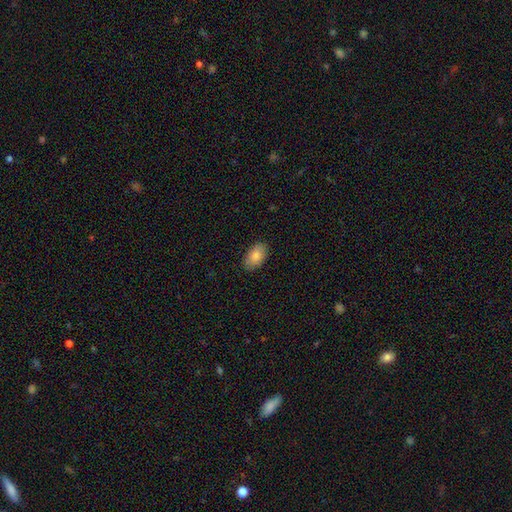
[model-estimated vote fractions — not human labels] Smooth or featured? Predicted: smooth (p=0.83). How rounded? Predicted: in between (p=0.93). Merging? Predicted: none (p=0.87).